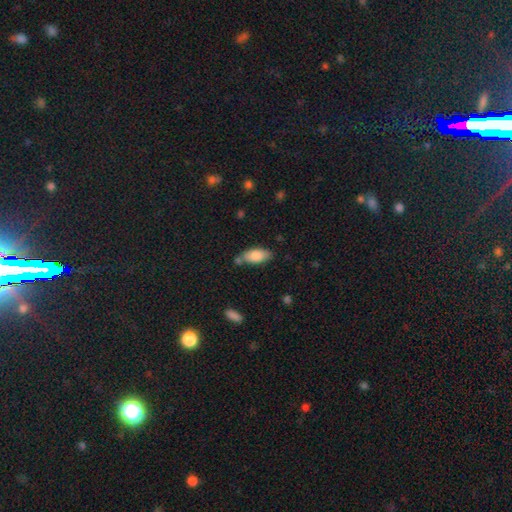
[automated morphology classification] Q: Smooth or featured?
A: smooth (82%); runner-up: featured or disk (11%)
Q: How rounded?
A: in between (85%); runner-up: cigar-shaped (13%)
Q: Merging?
A: none (66%); runner-up: minor disturbance (19%)